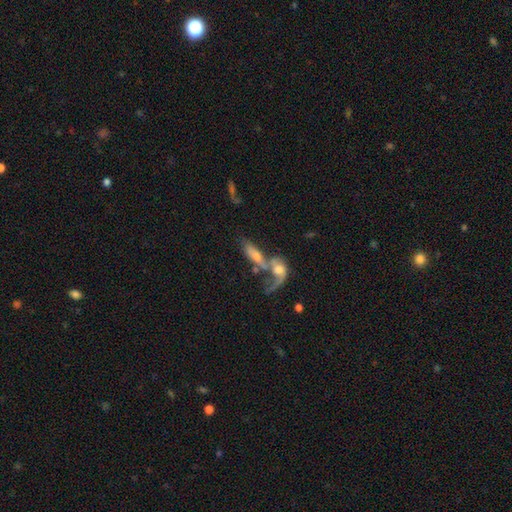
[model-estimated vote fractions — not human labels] Overall: featured or disk (46%; smooth 45%). Merging: merger (65%).